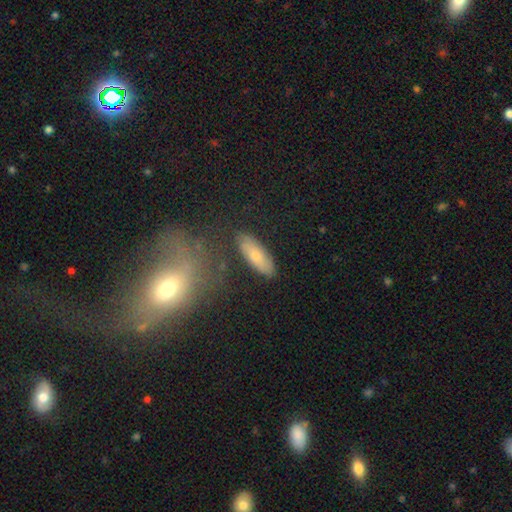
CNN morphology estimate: smooth_or_featured: smooth (p=0.69) [alt: featured or disk p=0.24]
how_rounded: in between (p=0.62) [alt: cigar-shaped p=0.35]
merging: none (p=0.81) [alt: minor disturbance p=0.12]